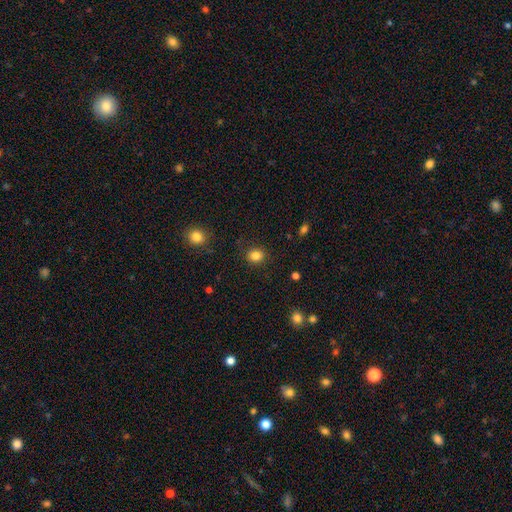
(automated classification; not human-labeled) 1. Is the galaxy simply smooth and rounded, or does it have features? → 84% smooth, 11% star or artifact, 5% featured or disk.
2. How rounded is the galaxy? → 69% round, 30% in between, 1% cigar-shaped.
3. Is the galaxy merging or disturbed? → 86% none, 9% minor disturbance, 3% major disturbance, 1% merger.